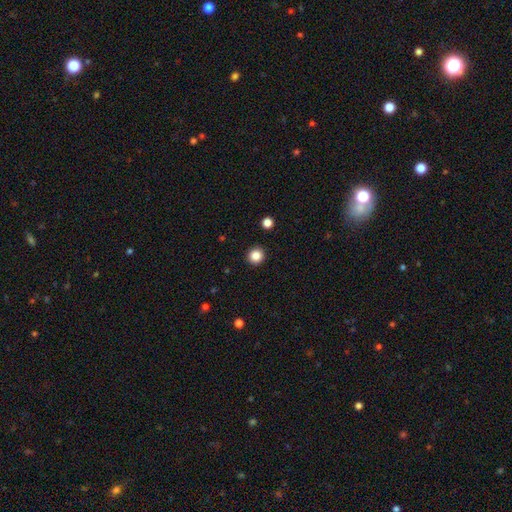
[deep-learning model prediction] Smooth or featured? Predicted: smooth (p=0.85). How rounded? Predicted: round (p=0.93). Merging? Predicted: none (p=0.93).